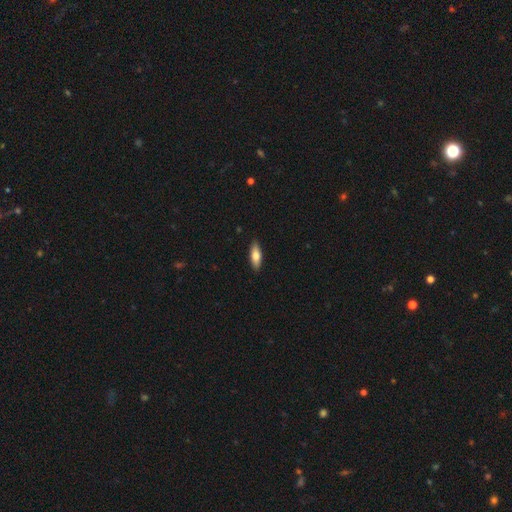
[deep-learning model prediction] A smooth galaxy with no disk features (72%) that is in between round and cigar-shaped (62%). Merging: none (89%).